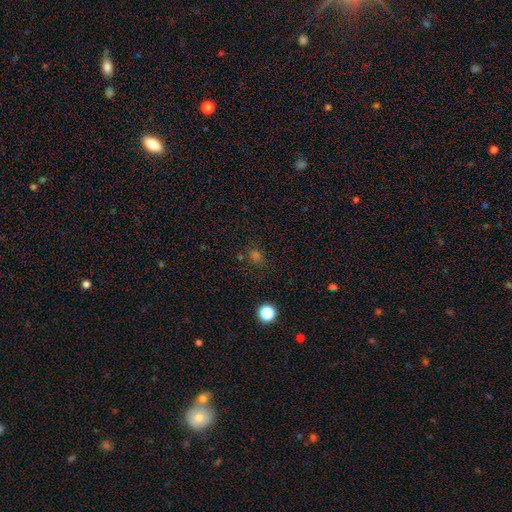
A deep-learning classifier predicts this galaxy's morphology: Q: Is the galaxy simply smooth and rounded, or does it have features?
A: smooth — 55%.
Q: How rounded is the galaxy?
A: round — 75%.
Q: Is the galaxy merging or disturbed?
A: none — 78%.